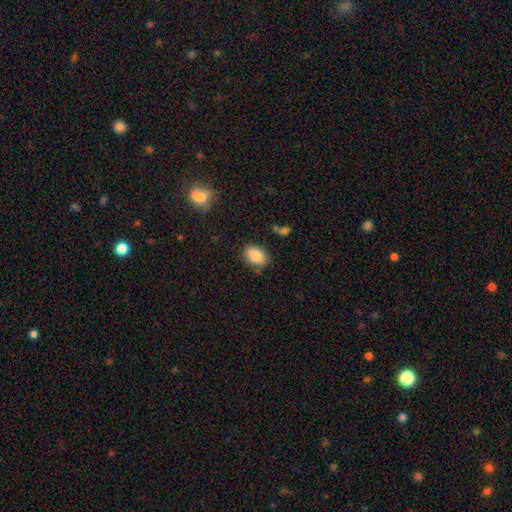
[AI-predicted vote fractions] smooth 87%, star or artifact 8%, featured or disk 5%. Down the decision tree: how rounded — in between (88%); merging — none (78%).